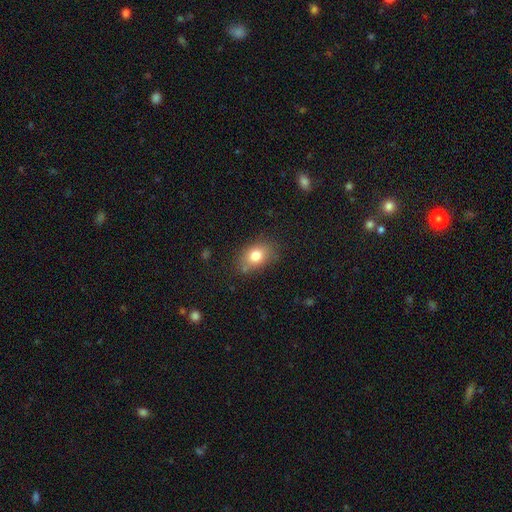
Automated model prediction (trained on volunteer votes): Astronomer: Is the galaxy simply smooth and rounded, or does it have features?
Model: smooth — 79%.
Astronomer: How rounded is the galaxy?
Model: in between — 74%.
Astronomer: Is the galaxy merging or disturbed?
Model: none — 76%.